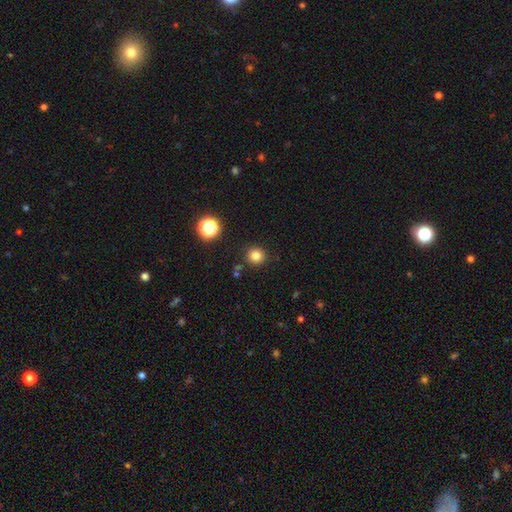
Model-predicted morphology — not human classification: Q: Smooth or featured?
A: smooth (82%); runner-up: star or artifact (14%)
Q: How rounded?
A: round (93%); runner-up: in between (6%)
Q: Merging?
A: none (88%); runner-up: minor disturbance (7%)